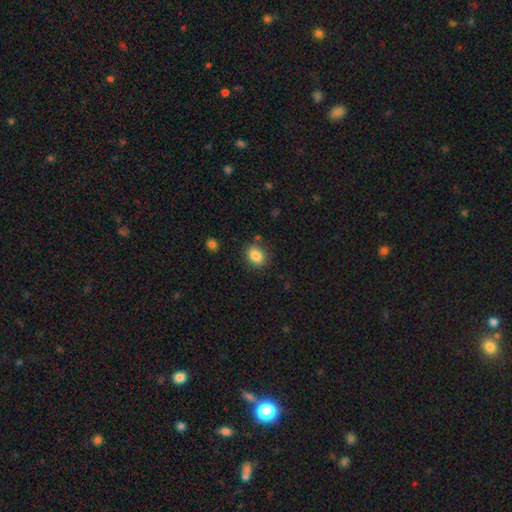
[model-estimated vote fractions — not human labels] Overall: smooth (84%). How rounded: in between (58%; round 41%). Merging: none (83%).